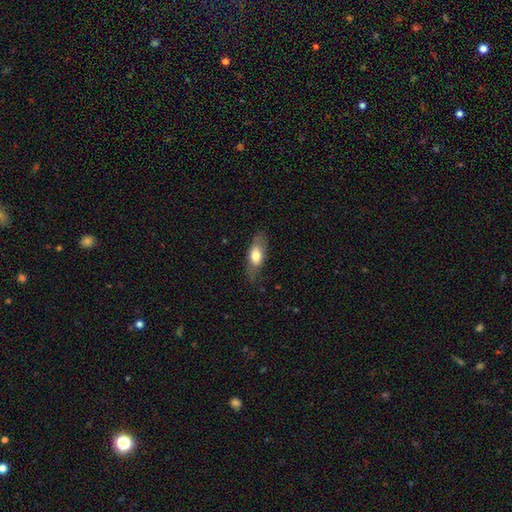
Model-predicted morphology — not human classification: This appears to be a smooth galaxy with no disk features (67%) that is in between round and cigar-shaped (78%). Merging: none (72%).